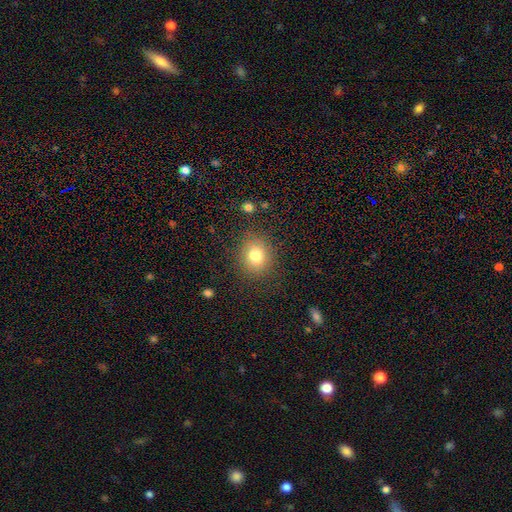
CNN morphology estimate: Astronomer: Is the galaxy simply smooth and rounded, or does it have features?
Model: smooth — 79%.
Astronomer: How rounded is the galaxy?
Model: round — 71%.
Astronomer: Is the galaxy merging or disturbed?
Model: none — 85%.